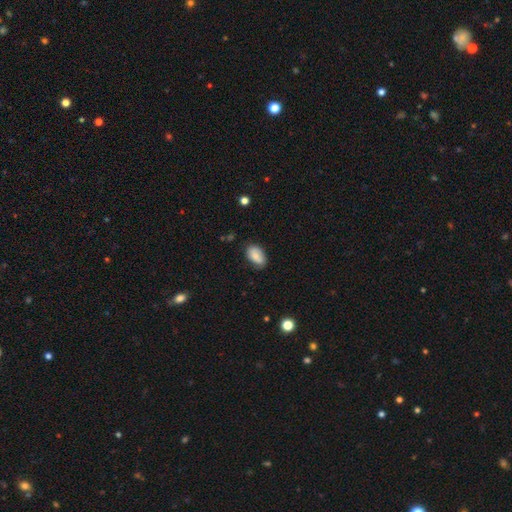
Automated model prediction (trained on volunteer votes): This appears to be a smooth galaxy with no disk features (71%) that is in between round and cigar-shaped (92%). Merging: none (74%).